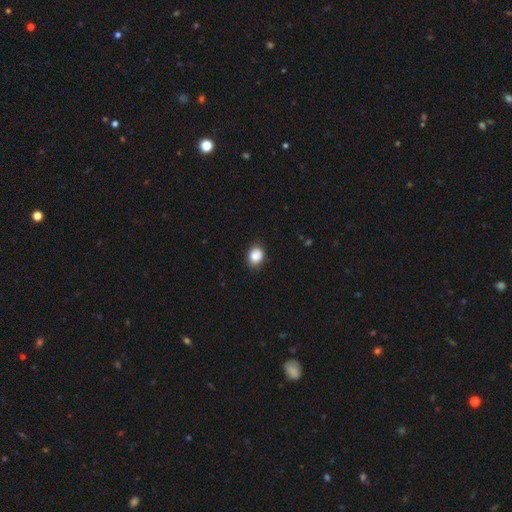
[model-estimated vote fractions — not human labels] smooth 86%, star or artifact 9%, featured or disk 5%. Down the decision tree: how rounded — in between (57%); merging — none (81%).